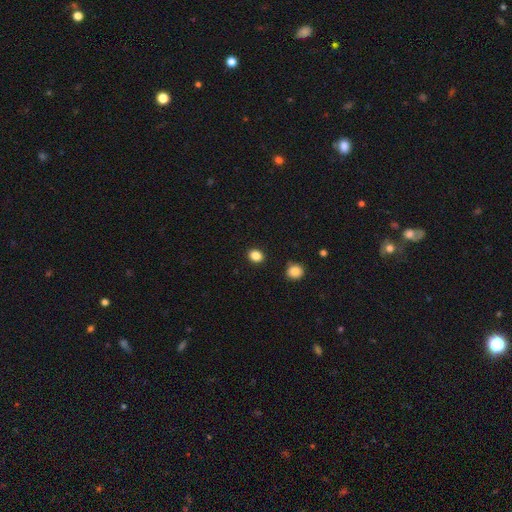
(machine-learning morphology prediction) Smooth or featured? Predicted: smooth (p=0.86). How rounded? Predicted: round (p=0.57). Merging? Predicted: none (p=0.90).